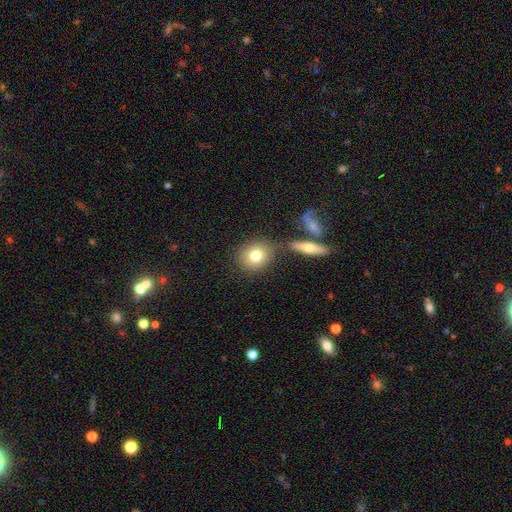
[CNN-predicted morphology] A smooth galaxy with no disk features (78%) that is round (68%).

Vote fractions:
- Smooth or featured? smooth: 78% / featured or disk: 13% / star or artifact: 9%
- How rounded? round: 68% / in between: 30% / cigar-shaped: 2%
- Merging? none: 72% / merger: 13% / minor disturbance: 11% / major disturbance: 4%